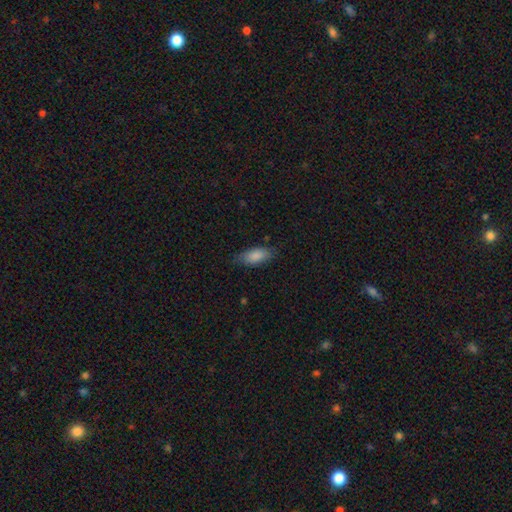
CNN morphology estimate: Smooth or featured? Predicted: smooth (p=0.86). How rounded? Predicted: in between (p=0.87). Merging? Predicted: none (p=0.74).